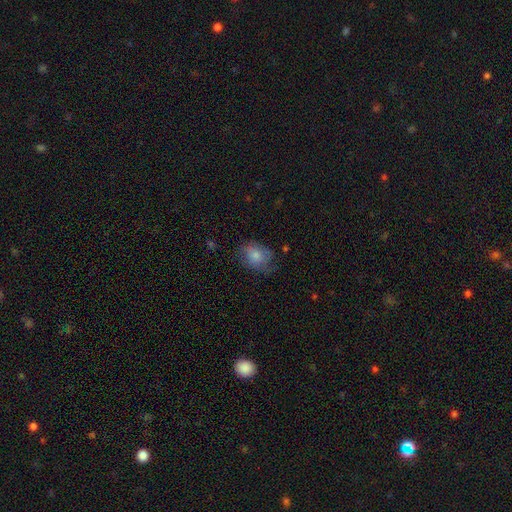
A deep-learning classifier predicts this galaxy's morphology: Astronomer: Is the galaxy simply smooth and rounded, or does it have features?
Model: smooth — 73%.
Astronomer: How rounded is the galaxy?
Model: in between — 65%.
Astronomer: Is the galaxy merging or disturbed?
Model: none — 54% (runner-up: minor disturbance, 30%).